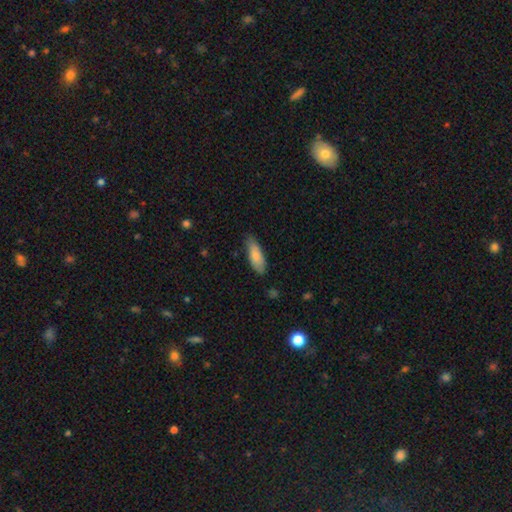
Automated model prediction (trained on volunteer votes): smooth_or_featured: smooth (p=0.84) [alt: featured or disk p=0.10]
how_rounded: in between (p=0.66) [alt: cigar-shaped p=0.32]
merging: none (p=0.72) [alt: minor disturbance p=0.23]